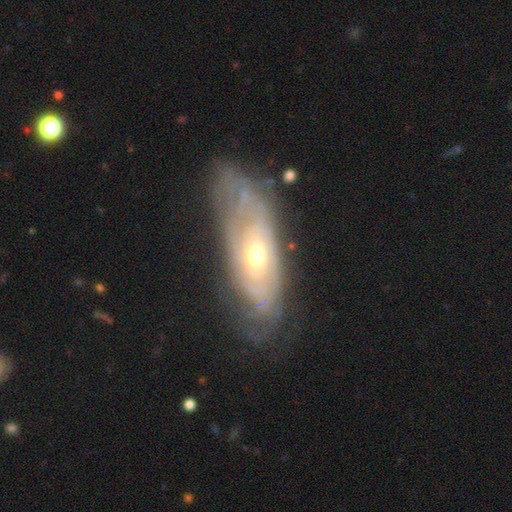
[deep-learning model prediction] featured or disk 78%, smooth 16%, star or artifact 6%. Down the decision tree: edge-on disk — no (83%); bar — no (72%); spiral arms — yes (74%); bulge size — moderate (66%); merging — none (65%).